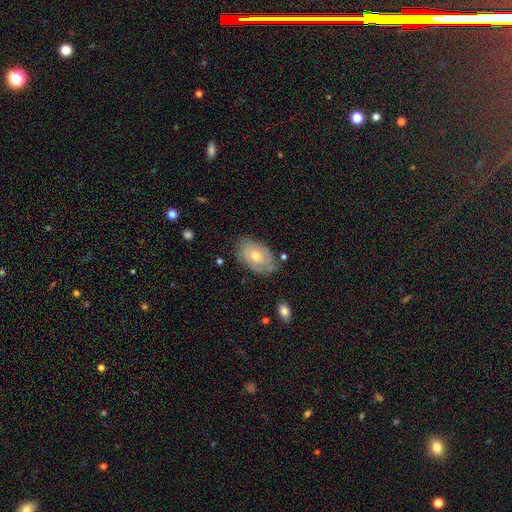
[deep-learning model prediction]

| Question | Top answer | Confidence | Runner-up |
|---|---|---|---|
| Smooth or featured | featured or disk | 58% | smooth (34%) |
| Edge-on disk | no | 93% | yes (7%) |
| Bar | no | 81% | weak (16%) |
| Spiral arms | yes | 72% | no (28%) |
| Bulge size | moderate | 62% | small (34%) |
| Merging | none | 71% | minor disturbance (21%) |